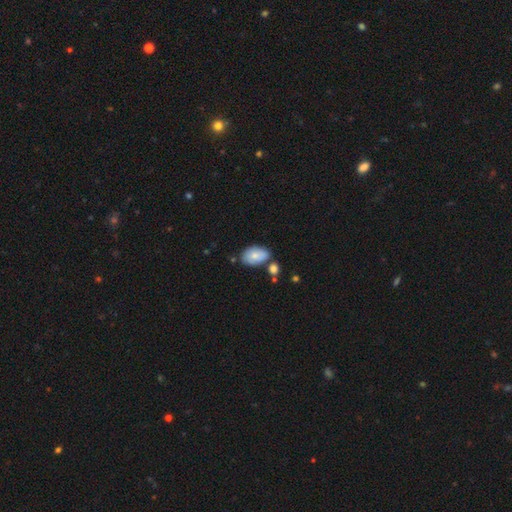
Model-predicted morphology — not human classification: Smooth or featured? smooth (74%)
How rounded? in between (91%)
Merging? none (60%)